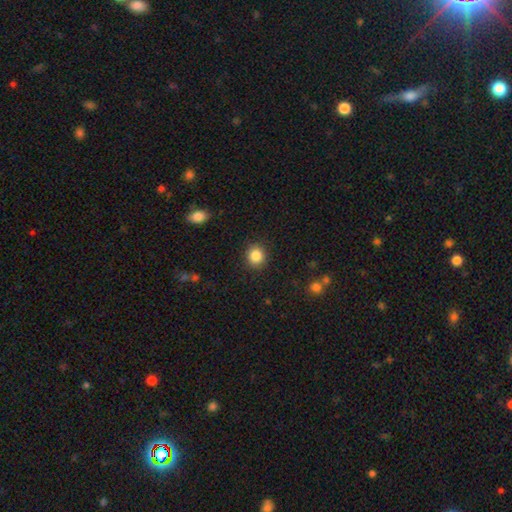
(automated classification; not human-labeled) The model was most divided on "how rounded": round: 84%, in between: 15%, cigar-shaped: 1%. More confident: merging — none (90%); smooth or featured — smooth (86%).